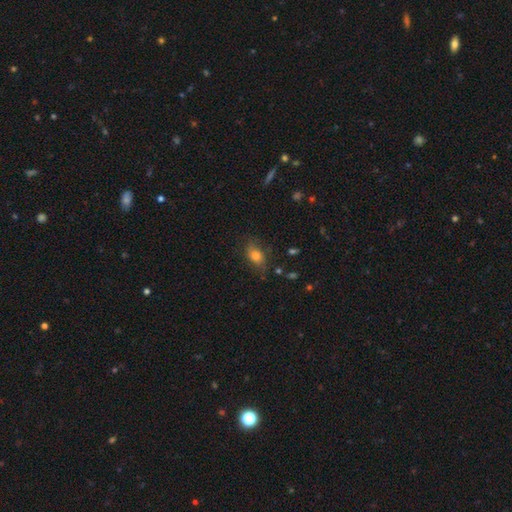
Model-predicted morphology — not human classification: Overall: smooth (74%). How rounded: in between (77%). Merging: none (70%).